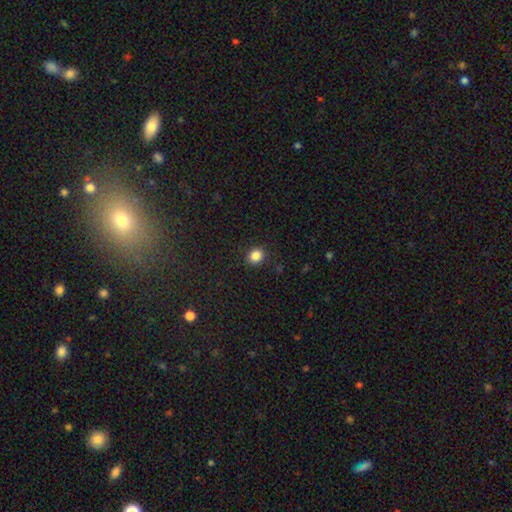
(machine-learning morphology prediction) Smooth or featured: smooth — 85% (star or artifact — 11%)
How rounded: round — 71% (in between — 28%)
Merging: none — 90% (minor disturbance — 7%)